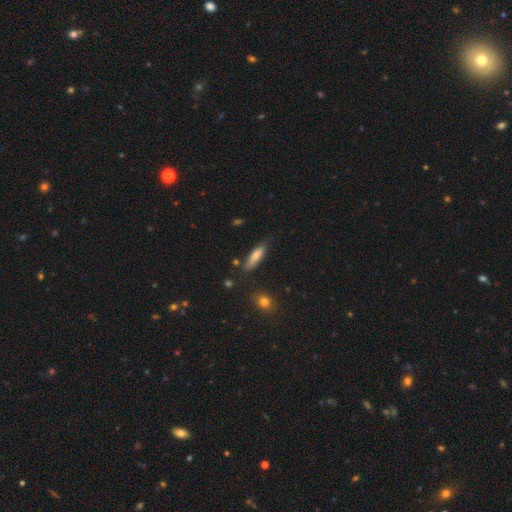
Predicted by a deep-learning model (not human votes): This is likely a smooth galaxy (72%). How rounded: likely cigar-shaped (65%). Merging: likely none (73%).